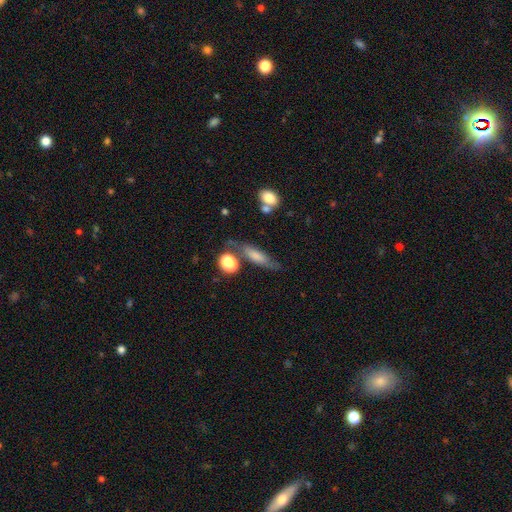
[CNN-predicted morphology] smooth_or_featured: smooth (p=0.62) [alt: featured or disk p=0.28]
how_rounded: cigar-shaped (p=0.52) [alt: in between p=0.42]
merging: none (p=0.57) [alt: minor disturbance p=0.23]